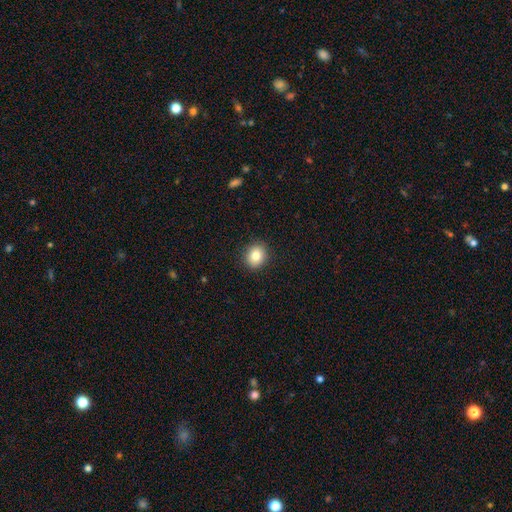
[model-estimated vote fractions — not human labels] The model was most divided on "how rounded": round: 75%, in between: 24%, cigar-shaped: 1%. More confident: merging — none (91%); smooth or featured — smooth (82%).